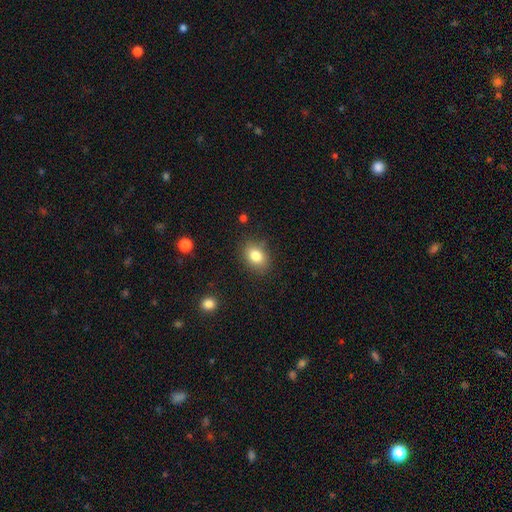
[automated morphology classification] The model was most divided on "how rounded": in between: 69%, round: 30%, cigar-shaped: 1%. More confident: merging — none (83%); smooth or featured — smooth (82%).